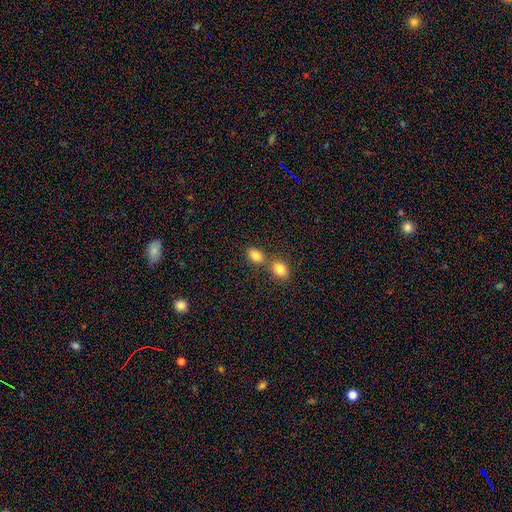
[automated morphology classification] A smooth galaxy with no disk features (84%) that is in between round and cigar-shaped (79%). Merging: none (54%).